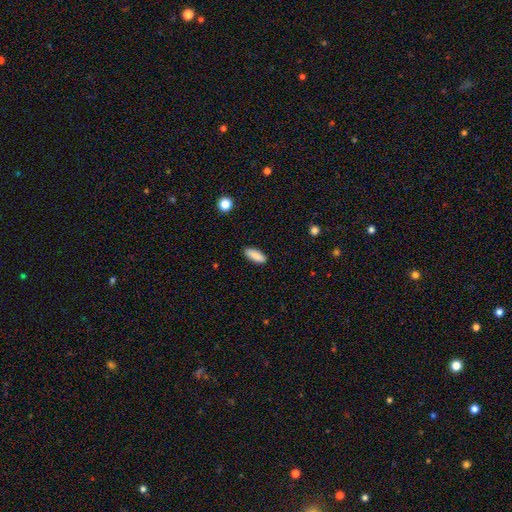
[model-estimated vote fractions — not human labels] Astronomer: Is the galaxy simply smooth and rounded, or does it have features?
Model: smooth — 89%.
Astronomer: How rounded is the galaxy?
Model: in between — 67%.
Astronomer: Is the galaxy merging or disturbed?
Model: none — 88%.